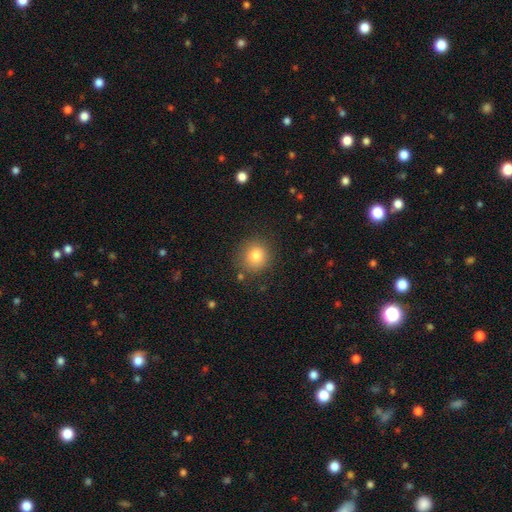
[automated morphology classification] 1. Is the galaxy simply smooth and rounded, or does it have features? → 81% smooth, 11% star or artifact, 8% featured or disk.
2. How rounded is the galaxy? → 93% round, 7% in between, 1% cigar-shaped.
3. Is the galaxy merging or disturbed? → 86% none, 9% minor disturbance, 3% major disturbance, 2% merger.